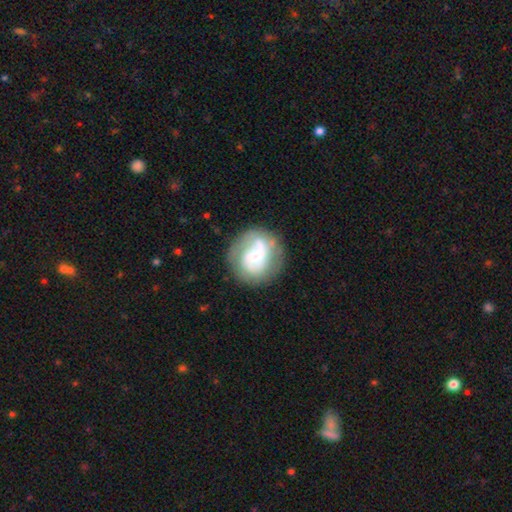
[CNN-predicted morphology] Q: Smooth or featured?
A: featured or disk (63%); runner-up: smooth (30%)
Q: Edge-on disk?
A: no (98%); runner-up: yes (2%)
Q: Bar?
A: no (57%); runner-up: weak (32%)
Q: Spiral arms?
A: yes (76%); runner-up: no (24%)
Q: Bulge size?
A: small (56%); runner-up: moderate (31%)
Q: Merging?
A: none (66%); runner-up: minor disturbance (18%)